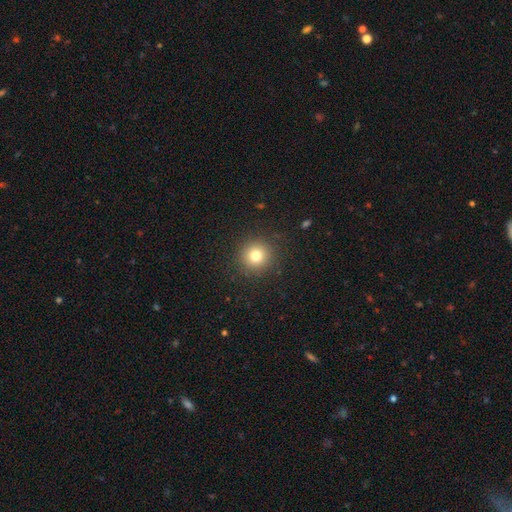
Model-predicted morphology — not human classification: Q: Smooth or featured?
A: smooth (79%); runner-up: star or artifact (13%)
Q: How rounded?
A: round (94%); runner-up: in between (5%)
Q: Merging?
A: none (90%); runner-up: minor disturbance (6%)